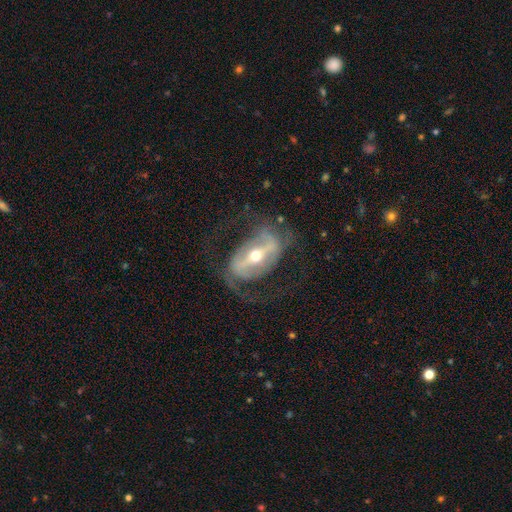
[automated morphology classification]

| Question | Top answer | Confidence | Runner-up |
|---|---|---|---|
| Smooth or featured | featured or disk | 83% | smooth (11%) |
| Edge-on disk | no | 91% | yes (9%) |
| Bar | strong | 66% | weak (23%) |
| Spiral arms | yes | 77% | no (23%) |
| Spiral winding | medium | 44% | loose (38%) |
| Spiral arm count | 2 | 79% | can't tell (10%) |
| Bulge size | moderate | 58% | small (36%) |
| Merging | none | 59% | major disturbance (23%) |